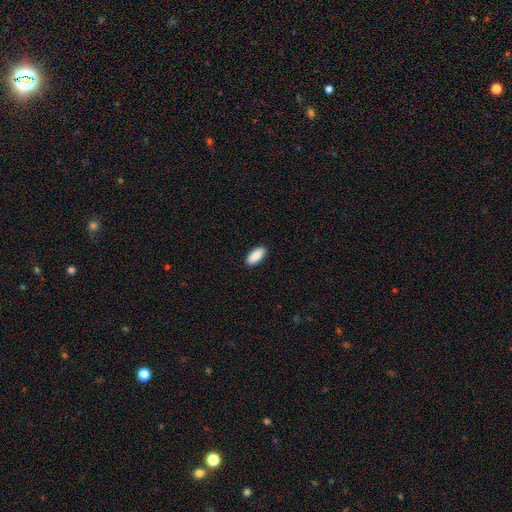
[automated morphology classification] This appears to be a smooth galaxy with no disk features (91%) that is in between round and cigar-shaped (89%). Merging: none (91%).